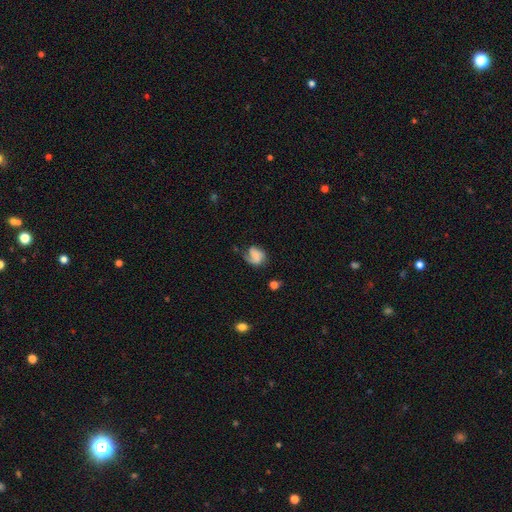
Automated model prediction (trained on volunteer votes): A smooth galaxy with no disk features (46%).

Vote fractions:
- Smooth or featured? smooth: 46% / featured or disk: 44% / star or artifact: 10%
- Merging? none: 41% / minor disturbance: 28% / major disturbance: 28% / merger: 3%